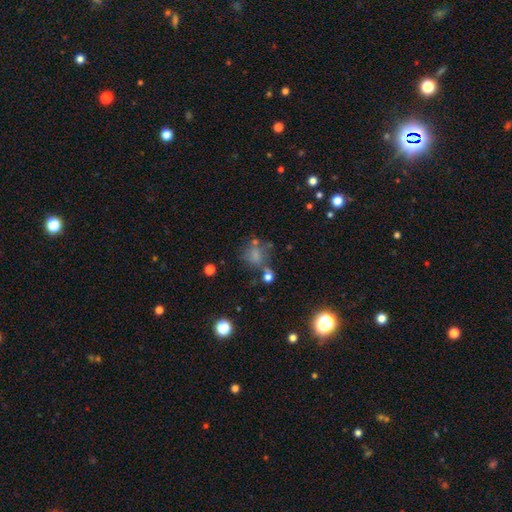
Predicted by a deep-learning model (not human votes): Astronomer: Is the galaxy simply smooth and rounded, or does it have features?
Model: smooth — 59%.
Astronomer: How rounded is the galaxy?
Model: round — 62%.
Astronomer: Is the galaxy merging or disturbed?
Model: none — 42% (runner-up: major disturbance, 23%).